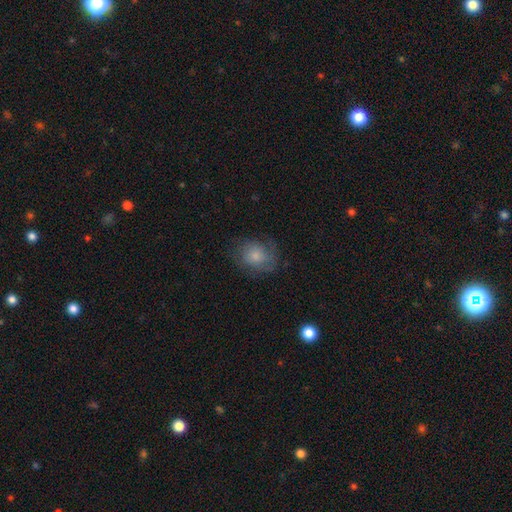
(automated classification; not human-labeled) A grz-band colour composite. It shows a smooth galaxy with no disk features (70%) that is round (63%). Merging: none (67%).